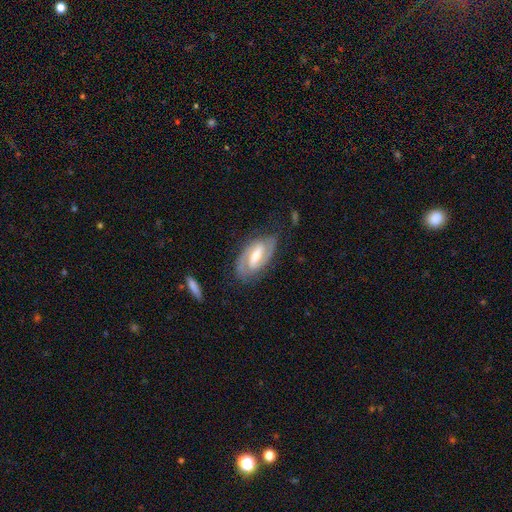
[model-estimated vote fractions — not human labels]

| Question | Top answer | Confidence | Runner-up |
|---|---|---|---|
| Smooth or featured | featured or disk | 87% | smooth (9%) |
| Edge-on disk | no | 96% | yes (4%) |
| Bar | strong | 47% | weak (40%) |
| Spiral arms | yes | 95% | no (5%) |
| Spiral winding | medium | 45% | tied: tight (45%) |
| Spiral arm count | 2 | 91% | can't tell (4%) |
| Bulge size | moderate | 59% | small (28%) |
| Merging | none | 81% | minor disturbance (13%) |